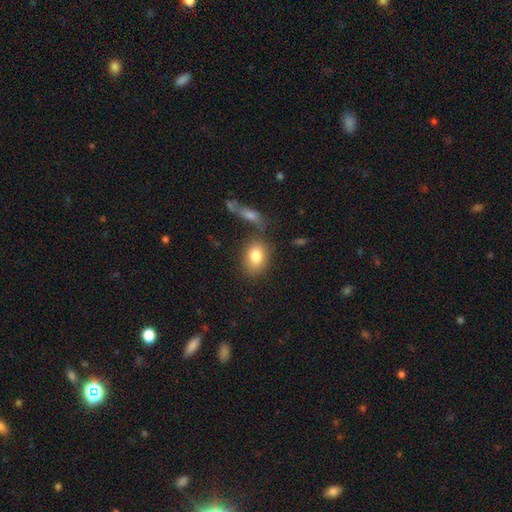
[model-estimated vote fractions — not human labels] This is clearly a smooth galaxy (82%). How rounded: likely in between (74%). Merging: likely none (68%).